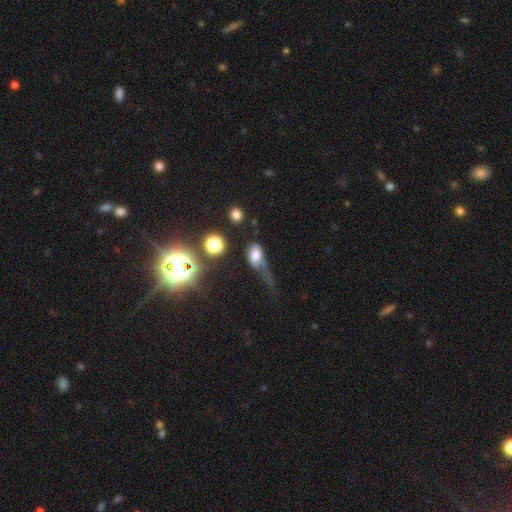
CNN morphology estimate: Overall: smooth (61%; featured or disk 25%). How rounded: in between (80%). Merging: major disturbance (52%; minor disturbance 21%).